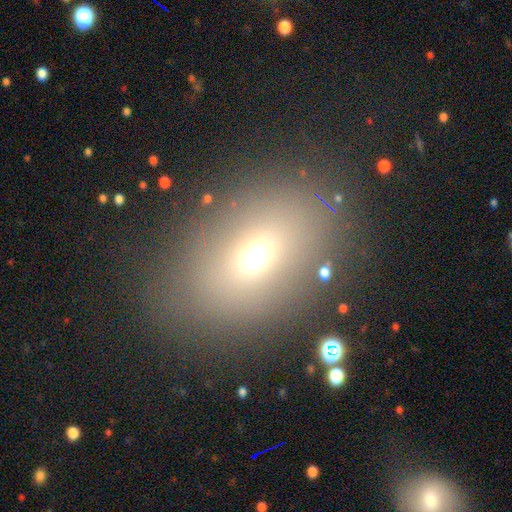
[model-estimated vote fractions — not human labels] smooth 64%, star or artifact 22%, featured or disk 14%. Down the decision tree: how rounded — in between (69%); merging — none (78%).